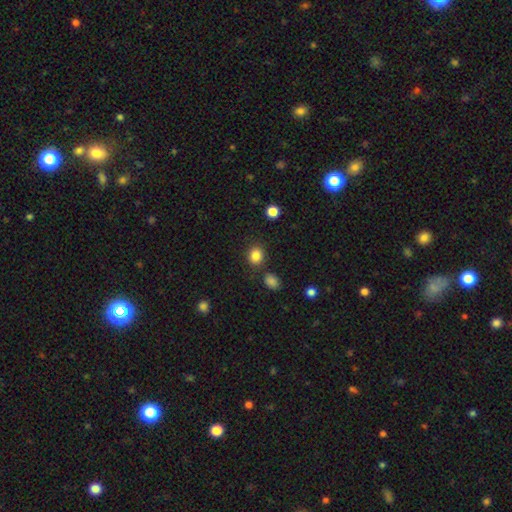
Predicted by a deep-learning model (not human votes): Morphology: type=smooth (85%); roundness=round (75%); merging=none (82%).